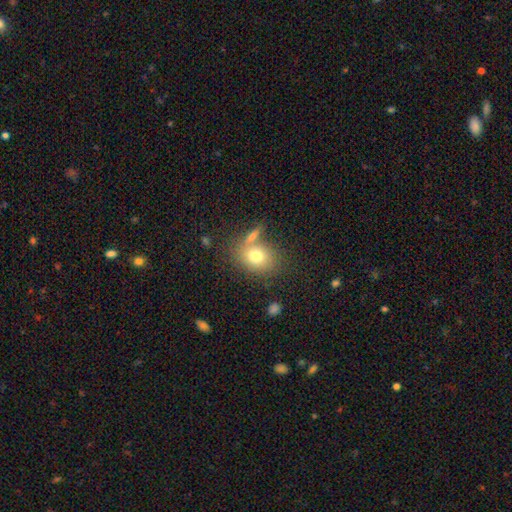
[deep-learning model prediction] Smooth or featured? smooth (73%)
How rounded? in between (53%)
Merging? none (60%)